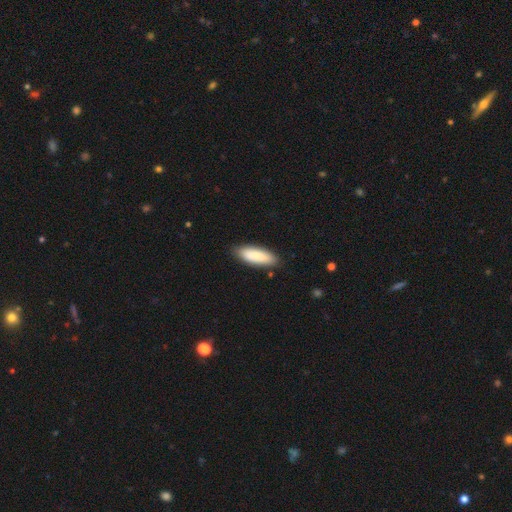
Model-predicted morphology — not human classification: A smooth galaxy with no disk features (85%) that is in between round and cigar-shaped (61%).

Vote fractions:
- Smooth or featured? smooth: 85% / featured or disk: 9% / star or artifact: 5%
- How rounded? in between: 61% / cigar-shaped: 37% / round: 2%
- Merging? none: 86% / minor disturbance: 10% / major disturbance: 2% / merger: 1%